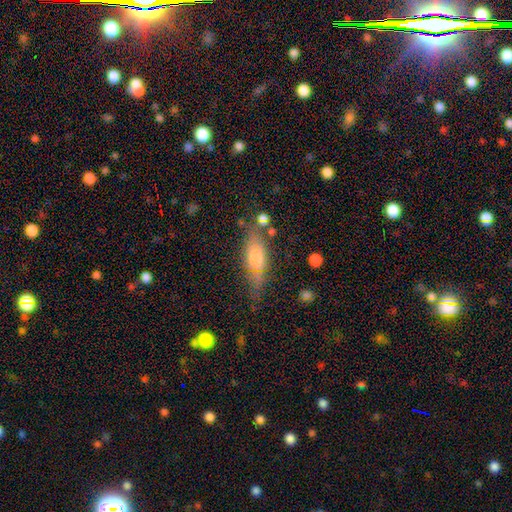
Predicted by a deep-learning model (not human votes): smooth 60%, featured or disk 31%, star or artifact 9%. Down the decision tree: how rounded — in between (57%); merging — none (59%).